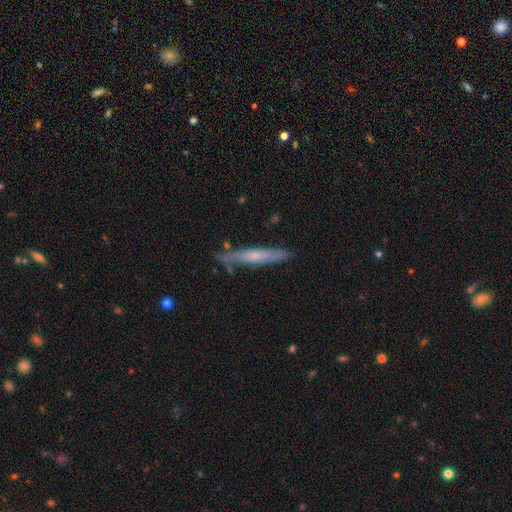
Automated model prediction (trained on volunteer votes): Overall: featured or disk (48%; smooth 46%). Merging: none (72%).